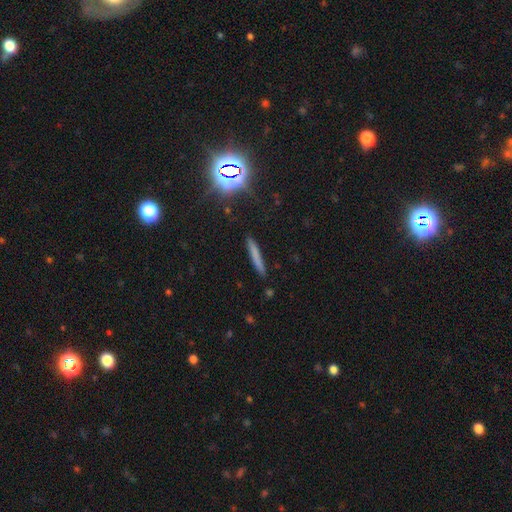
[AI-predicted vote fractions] Morphology: type=smooth (65%); roundness=cigar-shaped (95%); merging=none (88%).